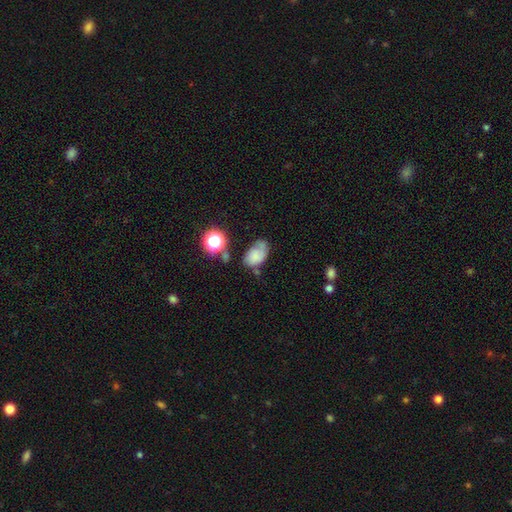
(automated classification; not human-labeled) A smooth galaxy with no disk features (61%) that is in between round and cigar-shaped (83%).

Vote fractions:
- Smooth or featured? smooth: 61% / featured or disk: 26% / star or artifact: 13%
- How rounded? in between: 83% / round: 15% / cigar-shaped: 1%
- Merging? none: 39% / minor disturbance: 32% / major disturbance: 20% / merger: 9%